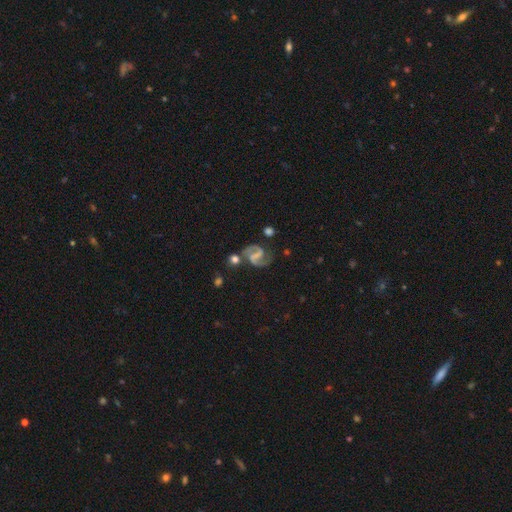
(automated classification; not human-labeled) A featured or disk galaxy (86%) with a weak bar (44%), 2 (93%) medium (52%) spiral arms (96%) and no central bulge (54%). Merging: none (65%).